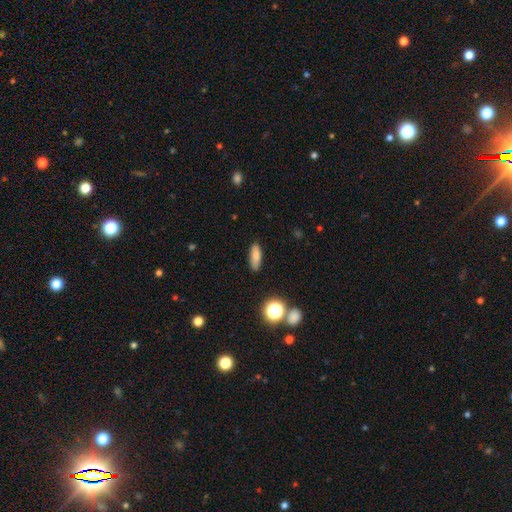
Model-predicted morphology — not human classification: This appears to be a smooth galaxy with no disk features (80%) that is in between round and cigar-shaped (58%). Merging: none (86%).